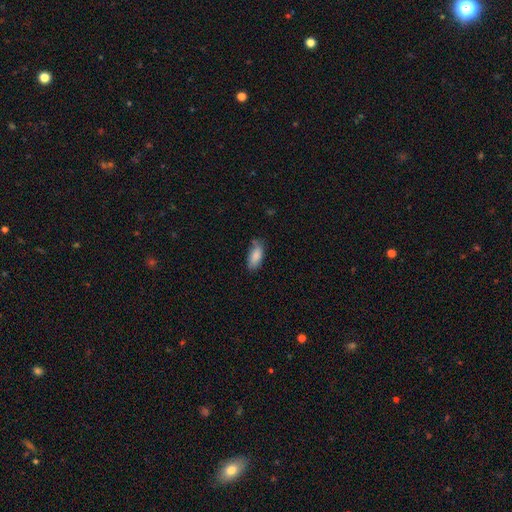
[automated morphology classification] The model was most divided on "merging": none: 72%, minor disturbance: 22%, major disturbance: 4%, merger: 3%. More confident: smooth or featured — smooth (87%); how rounded — in between (85%).